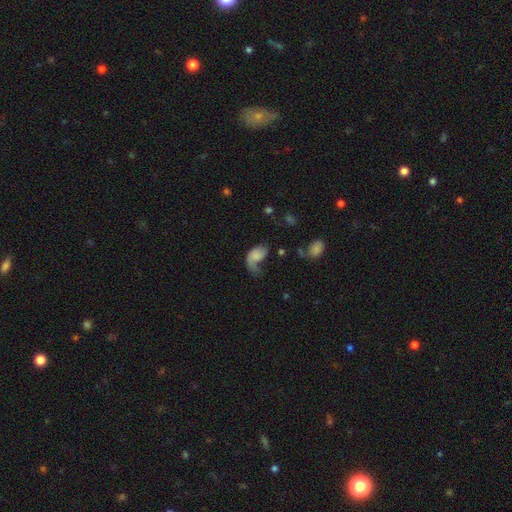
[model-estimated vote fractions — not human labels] Overall: smooth (50%; featured or disk 40%). How rounded: in between (85%). Merging: major disturbance (50%; none 23%).